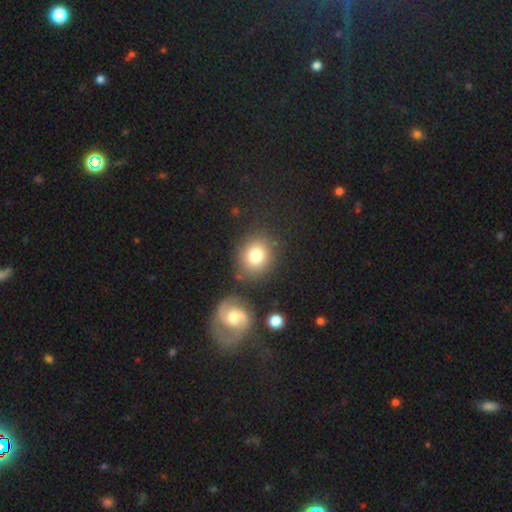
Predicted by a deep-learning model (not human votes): A smooth galaxy with no disk features (79%) that is round (75%).

Vote fractions:
- Smooth or featured? smooth: 79% / featured or disk: 11% / star or artifact: 10%
- How rounded? round: 75% / in between: 24% / cigar-shaped: 1%
- Merging? none: 77% / minor disturbance: 11% / merger: 8% / major disturbance: 4%